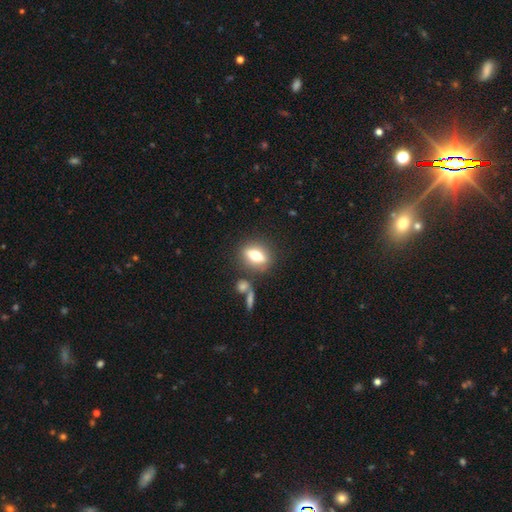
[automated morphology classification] Smooth or featured? smooth (57%)
How rounded? in between (62%)
Merging? none (78%)